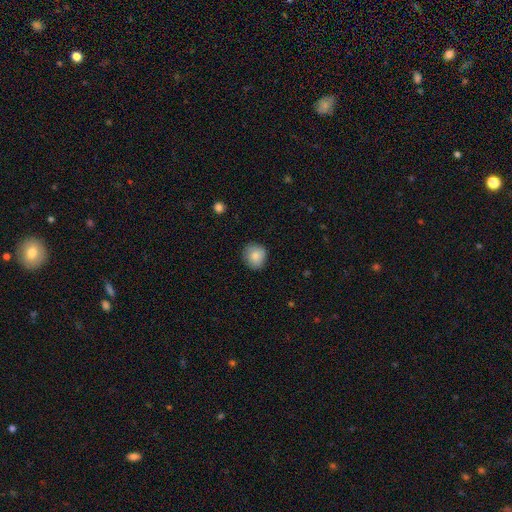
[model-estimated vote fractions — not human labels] Smooth or featured: smooth — 84% (star or artifact — 8%)
How rounded: round — 85% (in between — 14%)
Merging: none — 84% (minor disturbance — 13%)